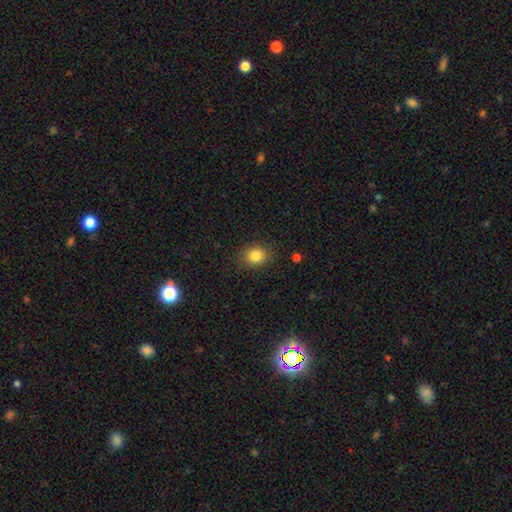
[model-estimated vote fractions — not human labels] smooth_or_featured: smooth (p=0.83) [alt: star or artifact p=0.11]
how_rounded: round (p=0.55) [alt: in between p=0.44]
merging: none (p=0.85) [alt: minor disturbance p=0.10]